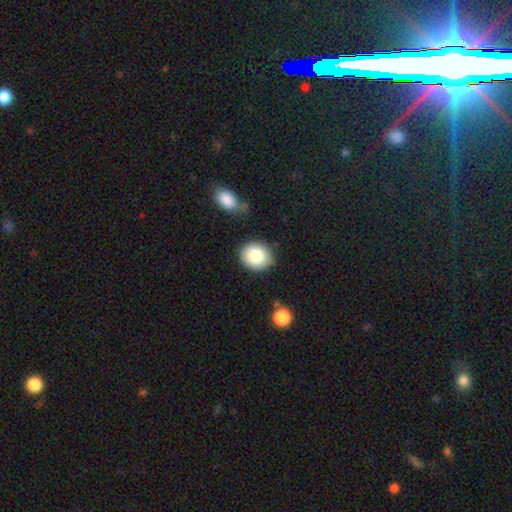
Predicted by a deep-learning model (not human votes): Smooth or featured? Predicted: smooth (p=0.84). How rounded? Predicted: round (p=0.72). Merging? Predicted: none (p=0.82).